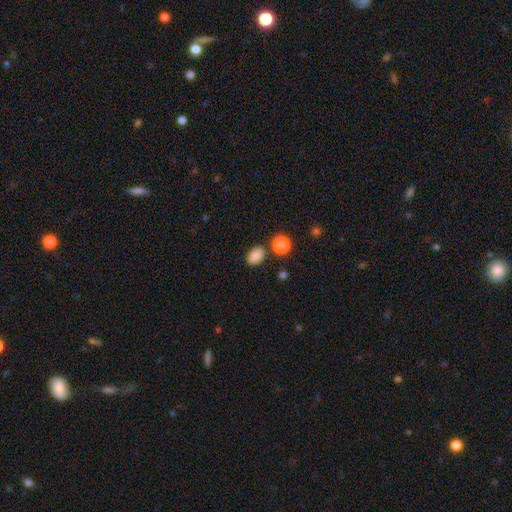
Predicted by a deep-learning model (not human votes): A smooth galaxy with no disk features (85%) that is in between round and cigar-shaped (81%). Merging: none (81%).